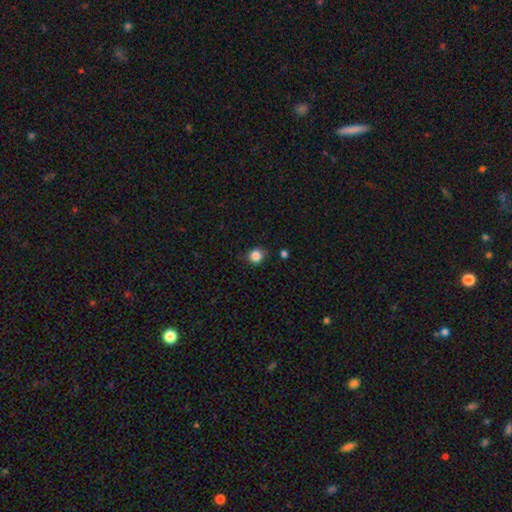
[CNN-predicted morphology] type=smooth (85%); roundness=round (87%); merging=none (83%).